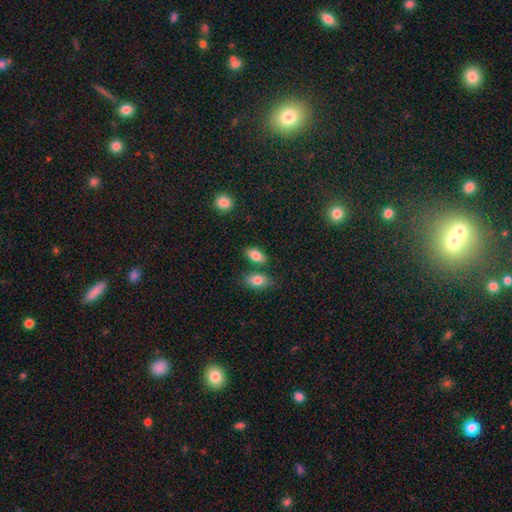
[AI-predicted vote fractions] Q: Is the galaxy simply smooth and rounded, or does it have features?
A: smooth — 83%.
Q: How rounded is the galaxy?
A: in between — 91%.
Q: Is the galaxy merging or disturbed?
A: none — 71%.